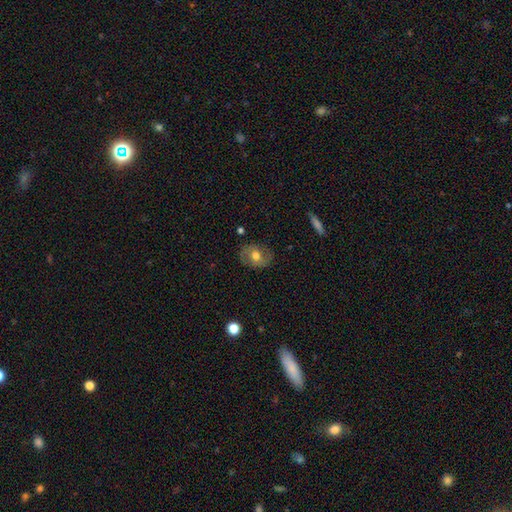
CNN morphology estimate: type=smooth (50%); merging=none (80%).